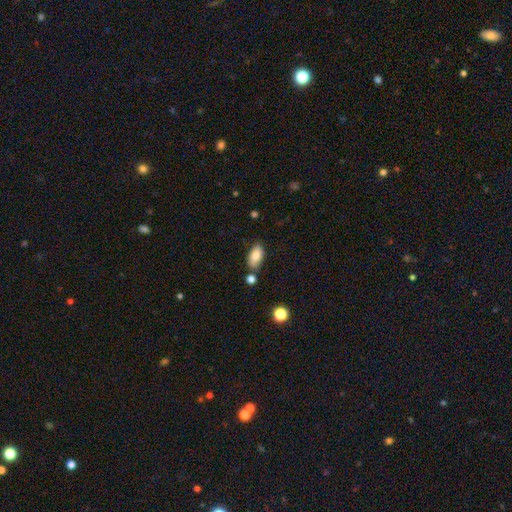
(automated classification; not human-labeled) Smooth or featured? Predicted: smooth (p=0.82). How rounded? Predicted: in between (p=0.91). Merging? Predicted: none (p=0.74).